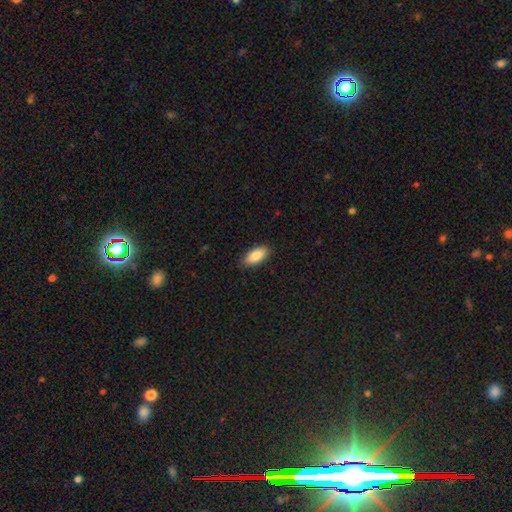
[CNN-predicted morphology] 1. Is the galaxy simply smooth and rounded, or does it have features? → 84% smooth, 10% featured or disk, 6% star or artifact.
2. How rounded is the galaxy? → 86% in between, 12% cigar-shaped, 2% round.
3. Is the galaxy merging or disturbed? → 88% none, 9% minor disturbance, 2% major disturbance, 1% merger.